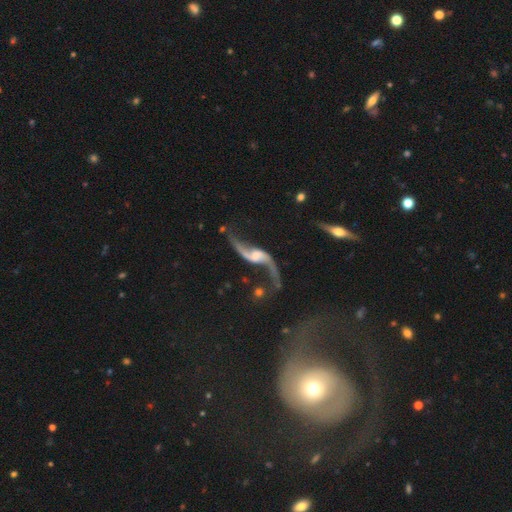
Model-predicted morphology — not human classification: Smooth or featured: featured or disk — 90% (smooth — 5%)
Edge-on disk: no — 93% (yes — 7%)
Bar: no — 44% (weak — 41%)
Spiral arms: yes — 96% (no — 4%)
Spiral winding: loose — 94% (medium — 4%)
Spiral arm count: 2 — 93% (1 — 3%)
Bulge size: small — 33% (moderate — 29%)
Merging: none — 62% (minor disturbance — 16%)